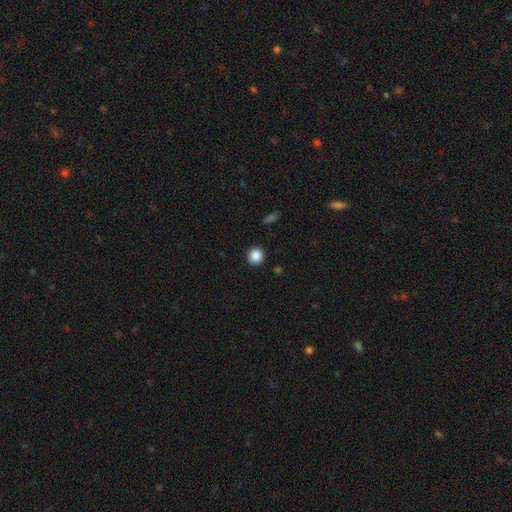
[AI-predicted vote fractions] smooth_or_featured: smooth (p=0.88) [alt: star or artifact p=0.10]
how_rounded: round (p=0.91) [alt: in between p=0.08]
merging: none (p=0.92) [alt: minor disturbance p=0.05]